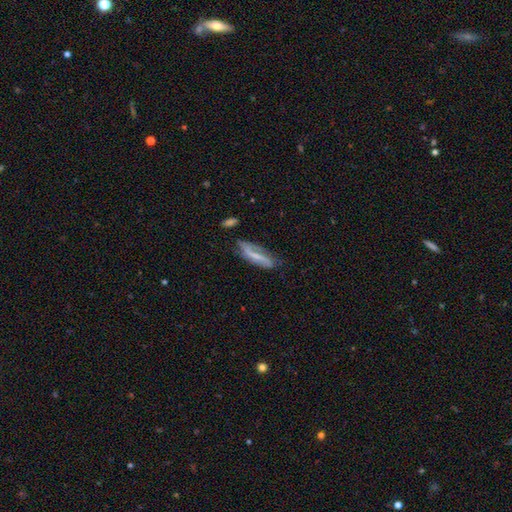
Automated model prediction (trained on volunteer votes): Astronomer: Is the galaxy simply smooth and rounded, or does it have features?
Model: featured or disk — 64%.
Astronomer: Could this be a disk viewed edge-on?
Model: no — 78%.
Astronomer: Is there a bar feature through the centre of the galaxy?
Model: strong — 48% (runner-up: weak, 31%).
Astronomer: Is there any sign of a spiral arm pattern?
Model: yes — 81%.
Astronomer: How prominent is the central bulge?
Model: small — 50% (runner-up: none, 29%).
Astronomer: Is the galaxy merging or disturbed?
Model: none — 58%.